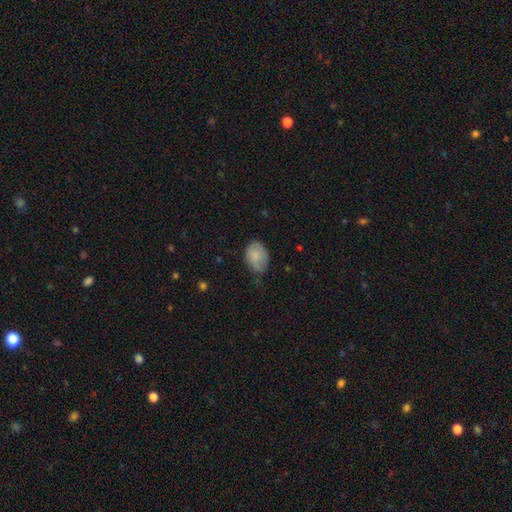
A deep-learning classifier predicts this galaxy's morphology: Smooth or featured? Predicted: smooth (p=0.78). How rounded? Predicted: in between (p=0.78). Merging? Predicted: none (p=0.46).